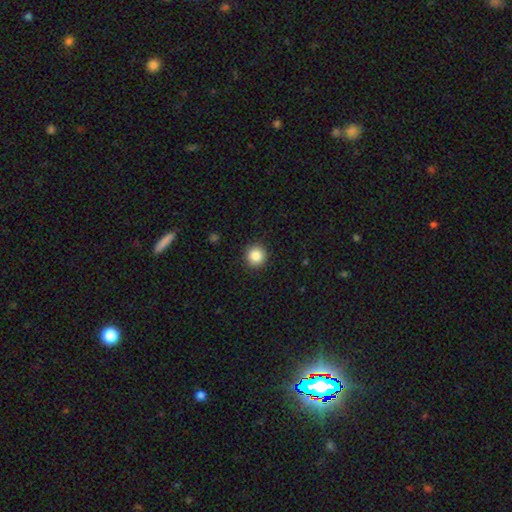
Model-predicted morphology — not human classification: The model was most divided on "smooth or featured": smooth: 86%, star or artifact: 10%, featured or disk: 5%. More confident: how rounded — round (94%); merging — none (92%).